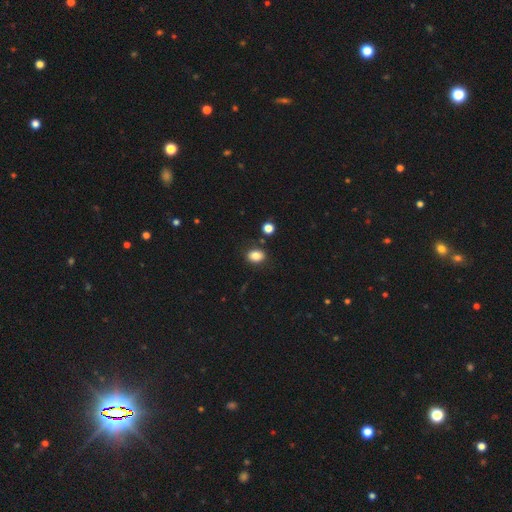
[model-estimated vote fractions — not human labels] A smooth galaxy with no disk features (83%) that is in between round and cigar-shaped (62%). Merging: none (83%).